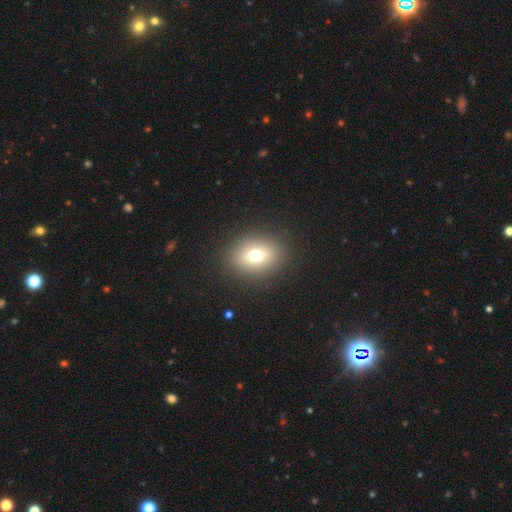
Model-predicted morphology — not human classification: type=smooth (72%); roundness=in between (50%); merging=none (89%).